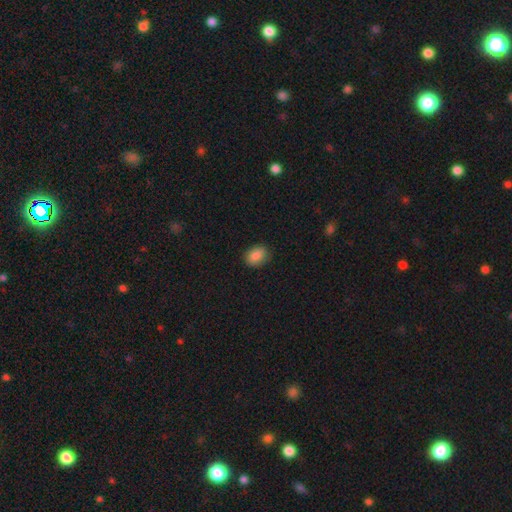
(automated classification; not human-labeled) Smooth or featured? Predicted: smooth (p=0.86). How rounded? Predicted: in between (p=0.63). Merging? Predicted: none (p=0.81).